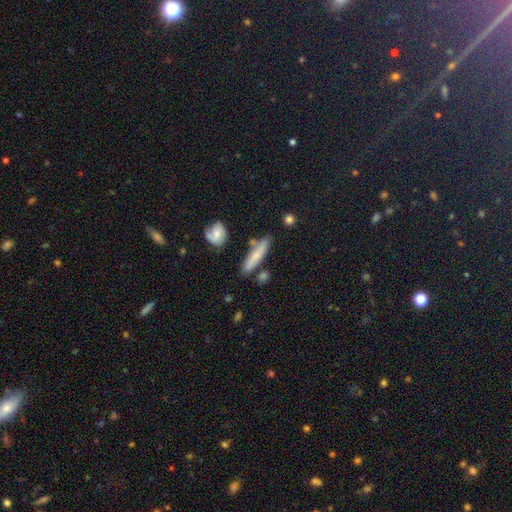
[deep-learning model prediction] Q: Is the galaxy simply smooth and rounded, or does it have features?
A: smooth — 66%.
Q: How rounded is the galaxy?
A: cigar-shaped — 84%.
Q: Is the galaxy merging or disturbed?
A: none — 77%.